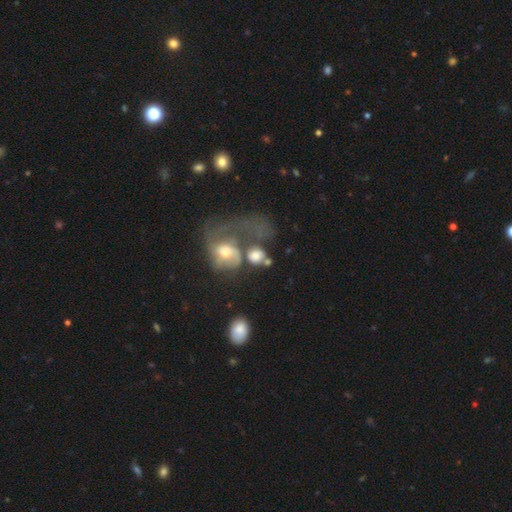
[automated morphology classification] smooth-or-featured: smooth: 56% | featured or disk: 34% | star or artifact: 11%
  how-rounded: round: 60% | in between: 38% | cigar-shaped: 2%
  merging: merger: 47% | major disturbance: 29% | none: 16% | minor disturbance: 8%